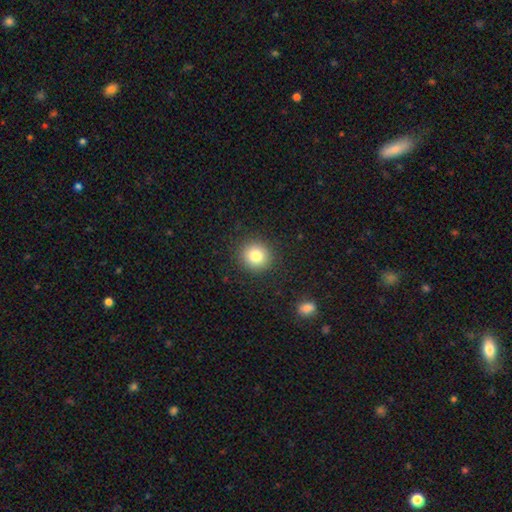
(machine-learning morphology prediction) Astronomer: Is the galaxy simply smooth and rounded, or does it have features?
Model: smooth — 82%.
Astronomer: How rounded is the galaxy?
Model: round — 91%.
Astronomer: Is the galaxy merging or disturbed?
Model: none — 91%.